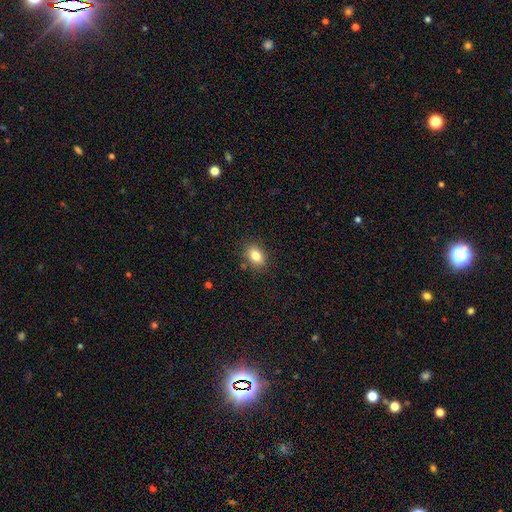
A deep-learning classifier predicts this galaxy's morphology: smooth_or_featured: smooth (p=0.82) [alt: star or artifact p=0.09]
how_rounded: in between (p=0.81) [alt: round p=0.17]
merging: none (p=0.84) [alt: minor disturbance p=0.11]